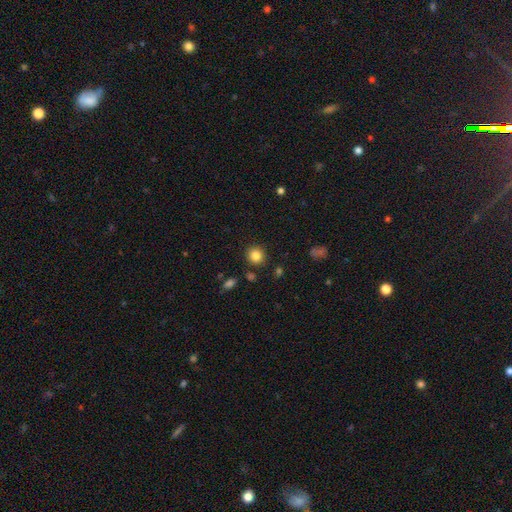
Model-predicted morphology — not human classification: Q: Smooth or featured?
A: smooth (84%); runner-up: star or artifact (11%)
Q: How rounded?
A: round (90%); runner-up: in between (9%)
Q: Merging?
A: none (88%); runner-up: minor disturbance (6%)